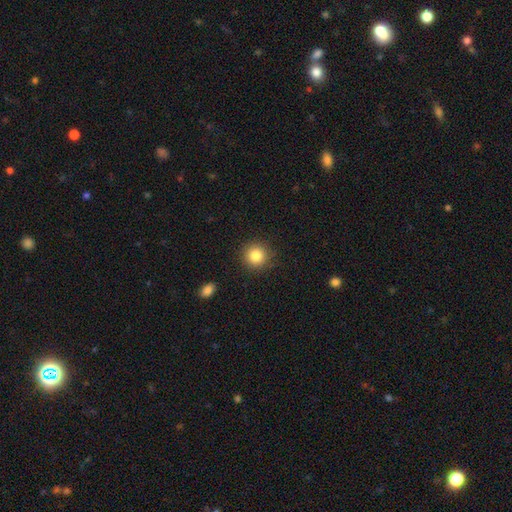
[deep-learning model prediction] The model was most divided on "smooth or featured": smooth: 84%, star or artifact: 10%, featured or disk: 6%. More confident: how rounded — round (93%); merging — none (89%).